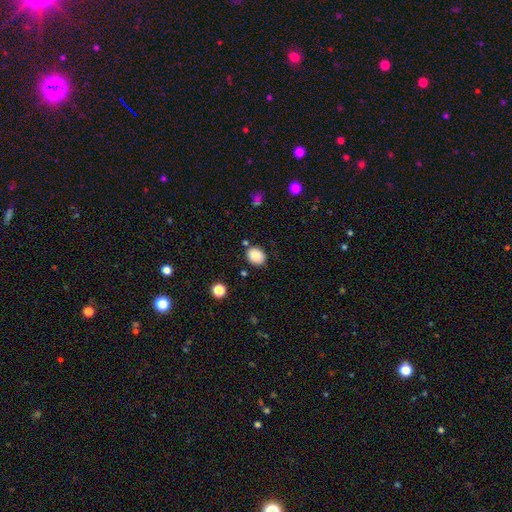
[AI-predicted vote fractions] A smooth galaxy with no disk features (87%) that is round (52%).

Vote fractions:
- Smooth or featured? smooth: 87% / star or artifact: 9% / featured or disk: 4%
- How rounded? round: 52% / in between: 47% / cigar-shaped: 1%
- Merging? none: 80% / minor disturbance: 12% / merger: 4% / major disturbance: 3%